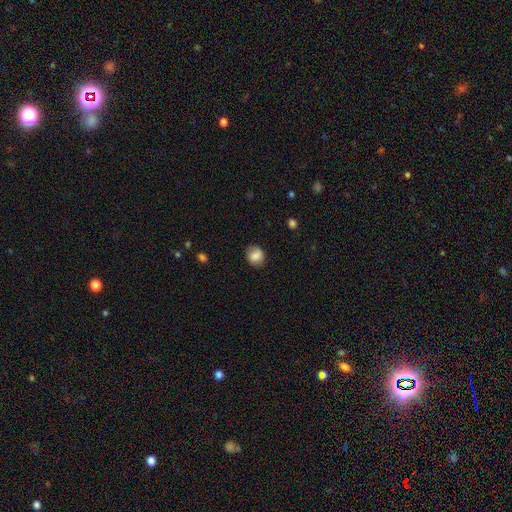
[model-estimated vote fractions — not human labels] A smooth galaxy with no disk features (81%) that is round (67%).

Vote fractions:
- Smooth or featured? smooth: 81% / featured or disk: 10% / star or artifact: 9%
- How rounded? round: 67% / in between: 32% / cigar-shaped: 1%
- Merging? none: 79% / minor disturbance: 16% / major disturbance: 5% / merger: 1%